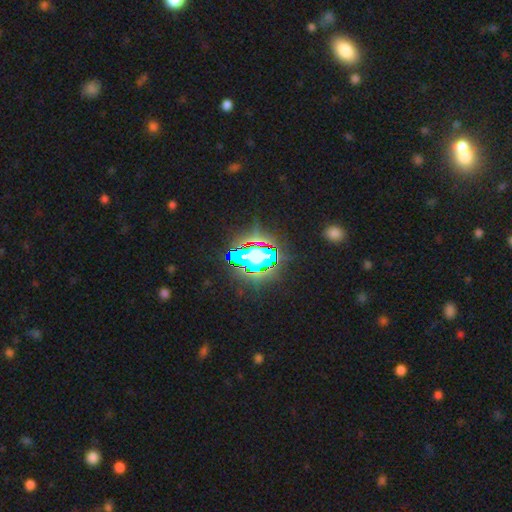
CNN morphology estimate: smooth-or-featured: star or artifact: 65% | smooth: 19% | featured or disk: 16%